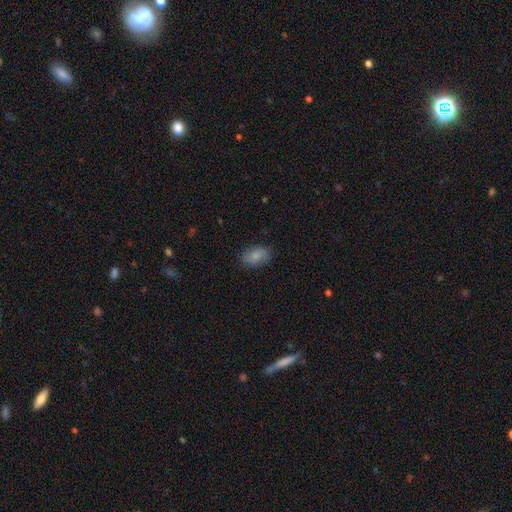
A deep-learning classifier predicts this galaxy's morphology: Smooth or featured? Predicted: smooth (p=0.78). How rounded? Predicted: in between (p=0.88). Merging? Predicted: none (p=0.82).